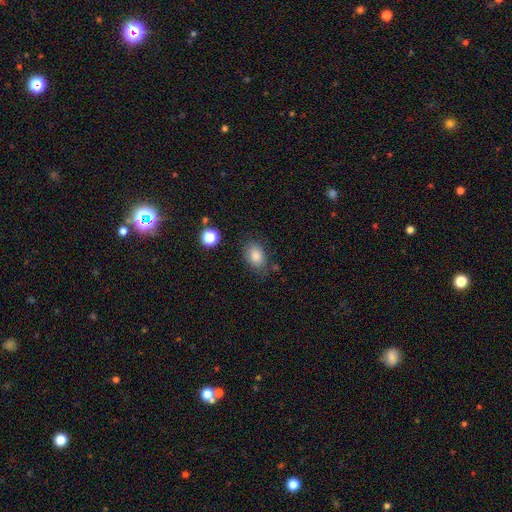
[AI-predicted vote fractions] Overall: smooth (83%). How rounded: in between (78%). Merging: none (74%).